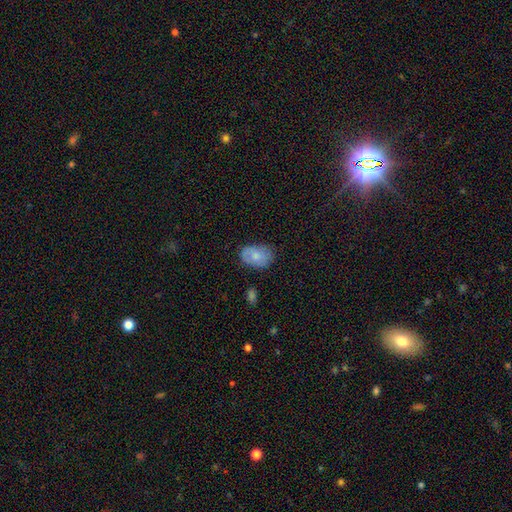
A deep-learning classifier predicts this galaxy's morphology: Smooth or featured: smooth — 74% (featured or disk — 18%)
How rounded: in between — 83% (round — 16%)
Merging: none — 68% (minor disturbance — 25%)